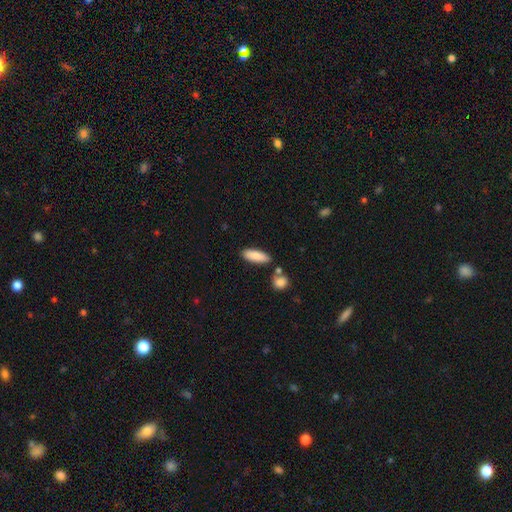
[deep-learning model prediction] smooth-or-featured: smooth: 86% | featured or disk: 8% | star or artifact: 6%
  how-rounded: in between: 62% | cigar-shaped: 35% | round: 2%
  merging: none: 78% | minor disturbance: 12% | merger: 8% | major disturbance: 3%